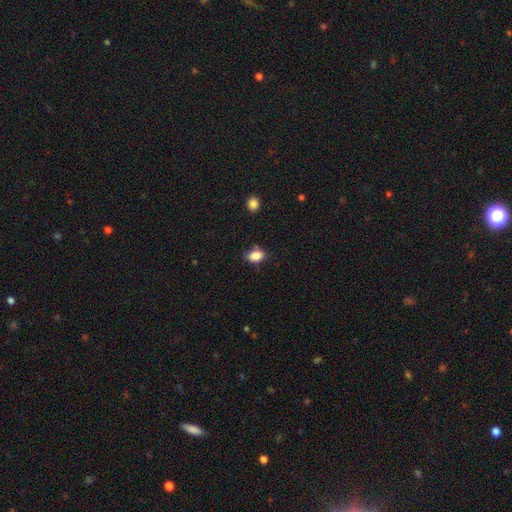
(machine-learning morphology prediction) A smooth galaxy with no disk features (87%) that is in between round and cigar-shaped (82%). Merging: none (75%).